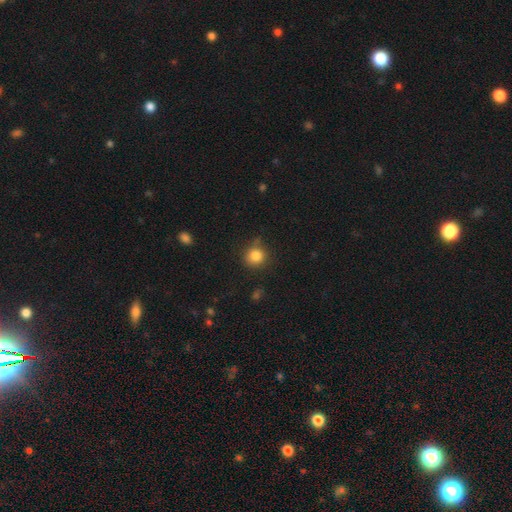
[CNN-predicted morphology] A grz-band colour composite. It shows a smooth galaxy with no disk features (84%) that is round (87%). Merging: none (73%).